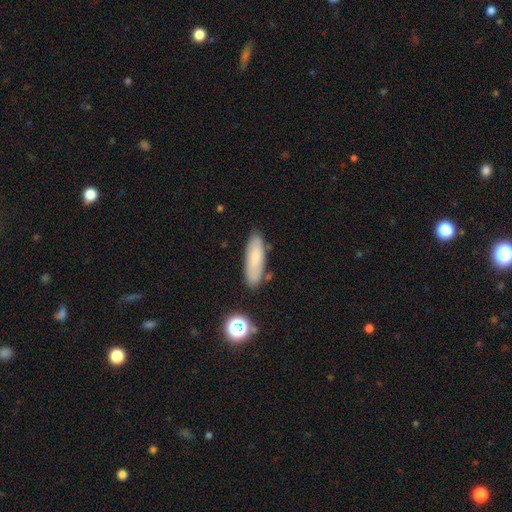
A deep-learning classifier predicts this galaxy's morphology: smooth_or_featured: smooth (p=0.74) [alt: featured or disk p=0.17]
how_rounded: cigar-shaped (p=0.54) [alt: in between p=0.43]
merging: none (p=0.80) [alt: minor disturbance p=0.13]